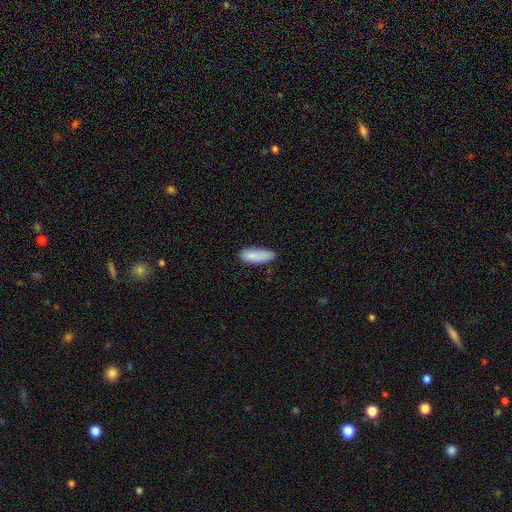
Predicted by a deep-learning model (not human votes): smooth_or_featured: smooth (p=0.88) [alt: star or artifact p=0.07]
how_rounded: in between (p=0.66) [alt: cigar-shaped p=0.33]
merging: none (p=0.73) [alt: minor disturbance p=0.21]